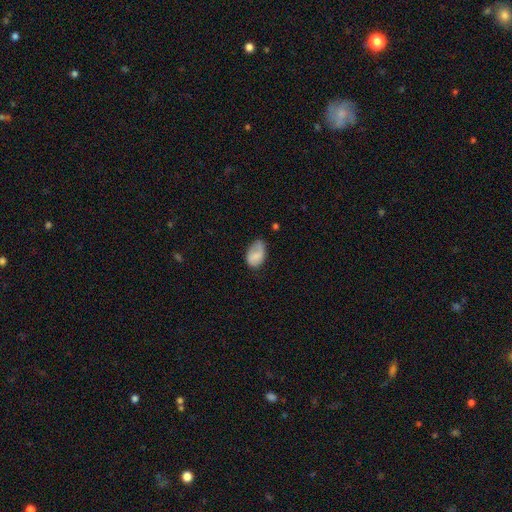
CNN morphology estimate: Q: Smooth or featured?
A: smooth (76%); runner-up: featured or disk (16%)
Q: How rounded?
A: in between (89%); runner-up: round (10%)
Q: Merging?
A: none (49%); runner-up: minor disturbance (38%)